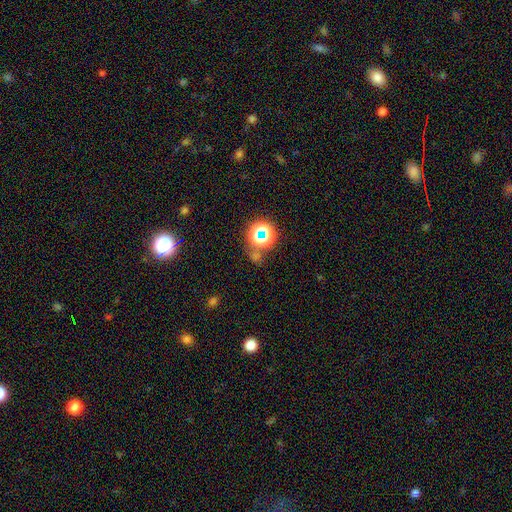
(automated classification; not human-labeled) This is likely a star or artifact rather than a galaxy (61%).